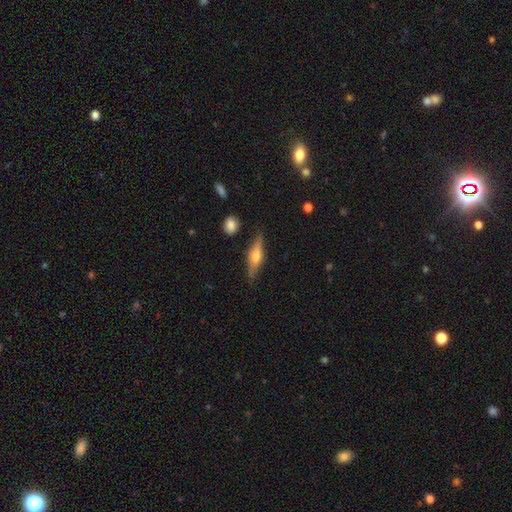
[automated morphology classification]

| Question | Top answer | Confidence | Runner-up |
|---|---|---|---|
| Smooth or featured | featured or disk | 59% | smooth (34%) |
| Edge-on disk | yes | 93% | no (7%) |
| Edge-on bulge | rounded | 88% | boxy (9%) |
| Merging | none | 80% | minor disturbance (14%) |